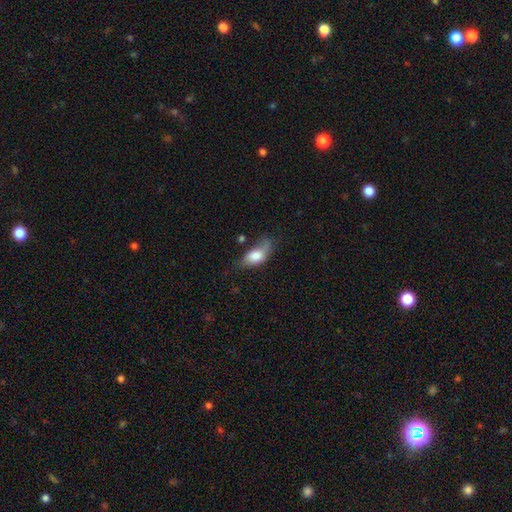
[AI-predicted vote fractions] This is likely a smooth galaxy (76%). How rounded: clearly in between (88%). Merging: marginally none (36%).